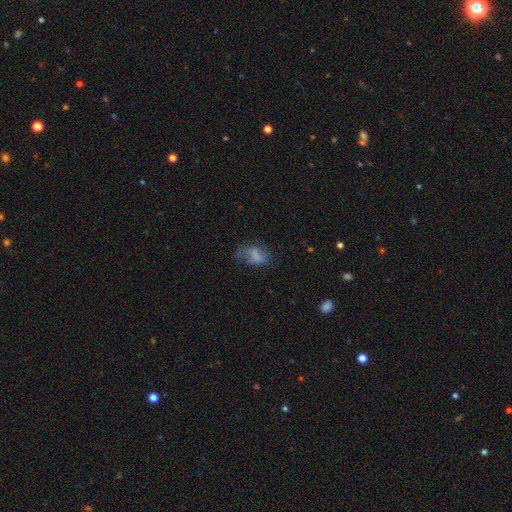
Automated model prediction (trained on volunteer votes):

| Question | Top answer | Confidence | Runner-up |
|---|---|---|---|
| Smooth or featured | smooth | 54% | featured or disk (32%) |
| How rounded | in between | 81% | round (16%) |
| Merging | none | 37% | major disturbance (31%) |